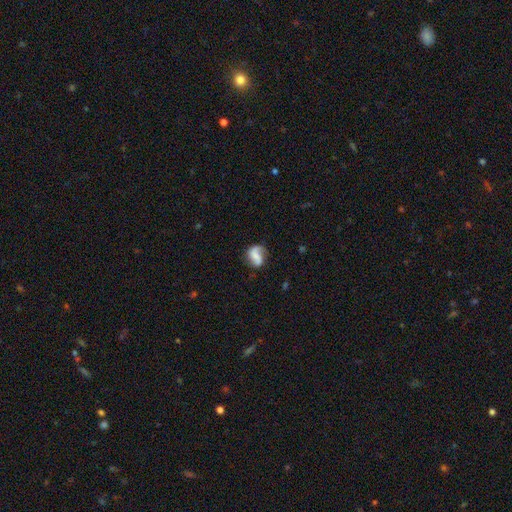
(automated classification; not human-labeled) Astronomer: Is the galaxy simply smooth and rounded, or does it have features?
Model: featured or disk — 64%.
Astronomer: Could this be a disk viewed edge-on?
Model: no — 98%.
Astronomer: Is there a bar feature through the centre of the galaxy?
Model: no — 38% (runner-up: weak, 37%).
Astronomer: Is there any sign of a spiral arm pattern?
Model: yes — 90%.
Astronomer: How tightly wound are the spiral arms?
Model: loose — 54% (runner-up: medium, 32%).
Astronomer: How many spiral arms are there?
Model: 2 — 68%.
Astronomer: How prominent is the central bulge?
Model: none — 45% (runner-up: small, 27%).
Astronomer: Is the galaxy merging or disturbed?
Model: none — 59%.